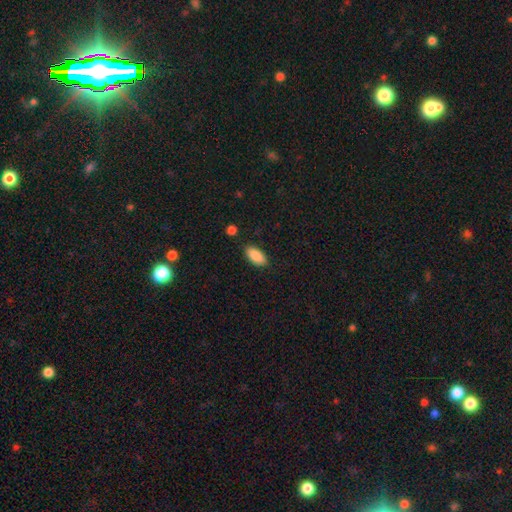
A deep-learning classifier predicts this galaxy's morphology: Overall: smooth (89%). How rounded: in between (91%). Merging: none (87%).